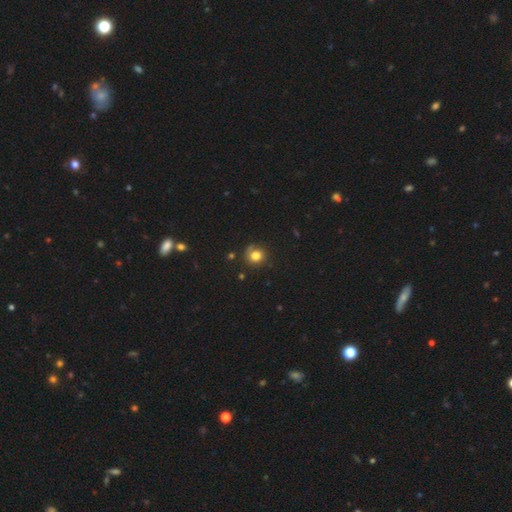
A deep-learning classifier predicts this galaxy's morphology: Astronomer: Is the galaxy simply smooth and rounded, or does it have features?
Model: smooth — 79%.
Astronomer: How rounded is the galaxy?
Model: round — 87%.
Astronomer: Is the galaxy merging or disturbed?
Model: none — 73%.